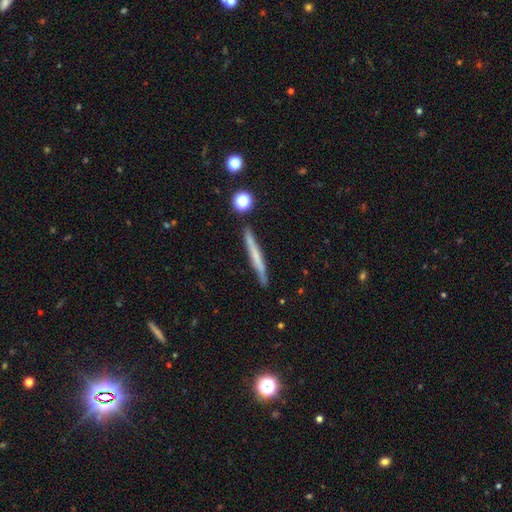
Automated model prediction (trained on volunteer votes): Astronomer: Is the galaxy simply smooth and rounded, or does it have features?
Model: smooth — 49% (runner-up: featured or disk, 43%).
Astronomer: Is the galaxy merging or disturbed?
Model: none — 87%.